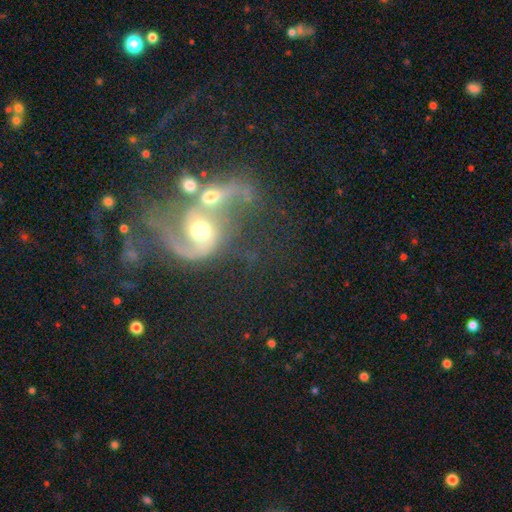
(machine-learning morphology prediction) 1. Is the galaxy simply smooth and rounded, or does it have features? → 78% featured or disk, 13% smooth, 9% star or artifact.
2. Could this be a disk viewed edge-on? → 97% no, 3% yes.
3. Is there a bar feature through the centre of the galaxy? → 61% no, 27% weak, 11% strong.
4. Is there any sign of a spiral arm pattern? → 87% yes, 13% no.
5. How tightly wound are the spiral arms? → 46% loose, 40% medium, 14% tight.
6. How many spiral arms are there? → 68% 2, 19% 1, 8% can't tell, 2% 3, 1% 4, 1% more than 4.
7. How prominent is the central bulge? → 65% moderate, 20% small, 11% large, 2% none, 2% dominant.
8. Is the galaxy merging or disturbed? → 58% merger, 18% major disturbance, 17% none, 8% minor disturbance.